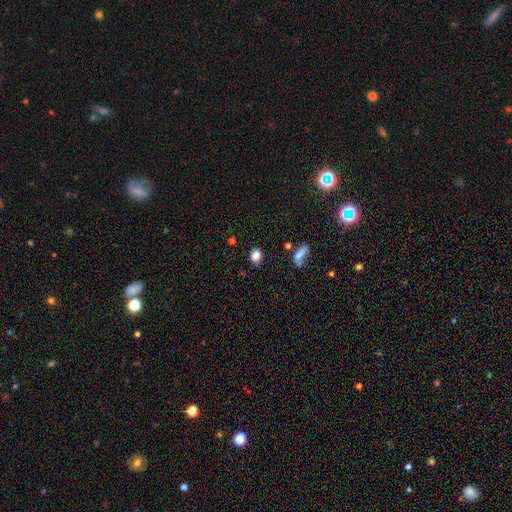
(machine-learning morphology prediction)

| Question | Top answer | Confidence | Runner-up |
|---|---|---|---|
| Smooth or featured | smooth | 83% | star or artifact (12%) |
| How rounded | in between | 54% | round (44%) |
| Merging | none | 75% | minor disturbance (16%) |